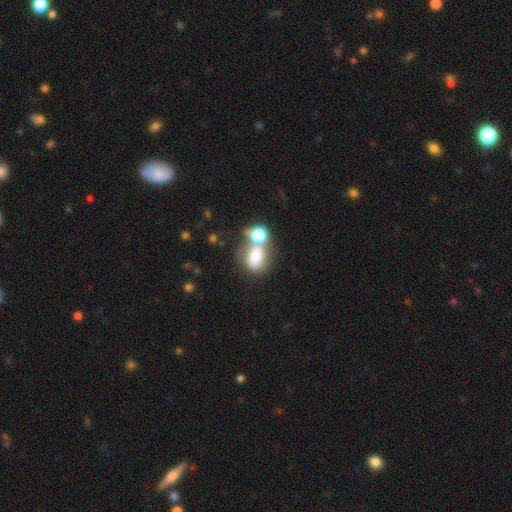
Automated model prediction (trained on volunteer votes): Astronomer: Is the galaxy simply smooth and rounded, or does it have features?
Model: smooth — 67%.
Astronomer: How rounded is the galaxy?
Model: round — 52% (runner-up: in between, 47%).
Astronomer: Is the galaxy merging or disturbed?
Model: merger — 48% (runner-up: none, 34%).